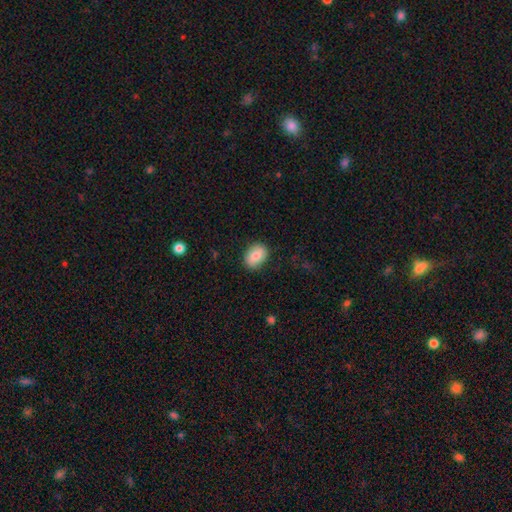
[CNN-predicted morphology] Smooth or featured? Predicted: smooth (p=0.80). How rounded? Predicted: in between (p=0.64). Merging? Predicted: none (p=0.86).